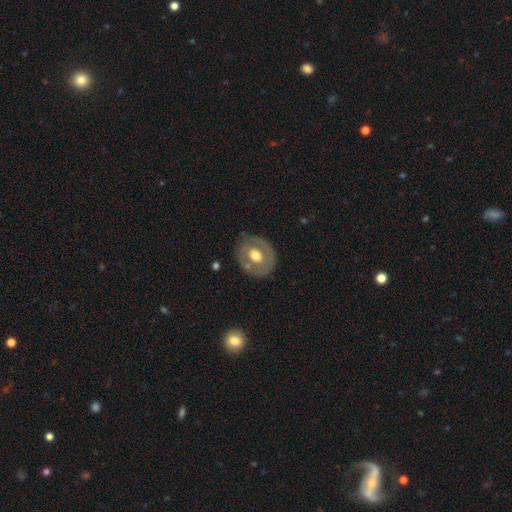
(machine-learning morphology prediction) type=featured or disk (50%); merging=none (76%).